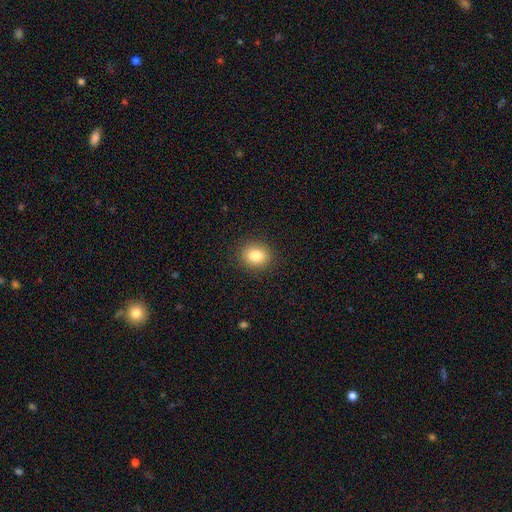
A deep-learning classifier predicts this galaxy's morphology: Smooth or featured? smooth (84%)
How rounded? round (66%)
Merging? none (90%)